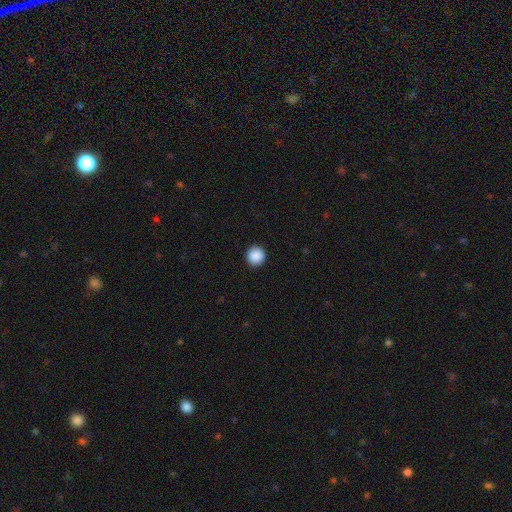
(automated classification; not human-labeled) Q: Smooth or featured?
A: smooth (90%); runner-up: star or artifact (8%)
Q: How rounded?
A: round (96%); runner-up: in between (3%)
Q: Merging?
A: none (93%); runner-up: minor disturbance (4%)